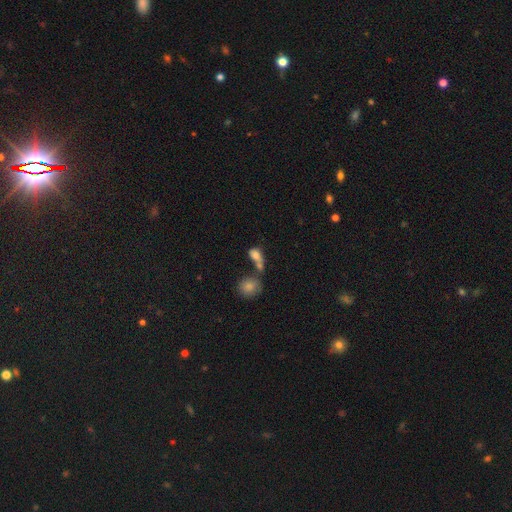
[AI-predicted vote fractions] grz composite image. It shows a smooth galaxy with no disk features (76%) that is in between round and cigar-shaped (73%). Merging: merger (52%).